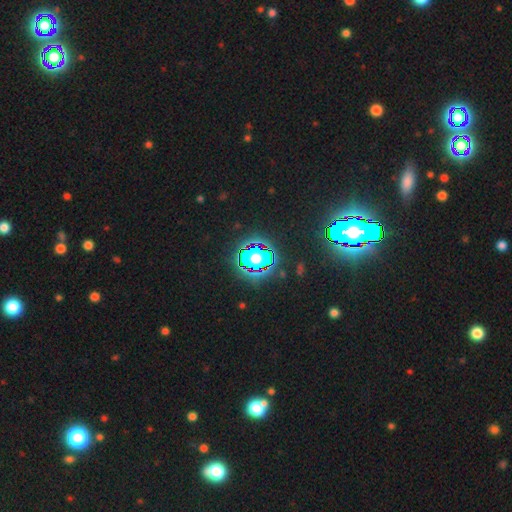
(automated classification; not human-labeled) star or artifact 84%, smooth 9%, featured or disk 7%.